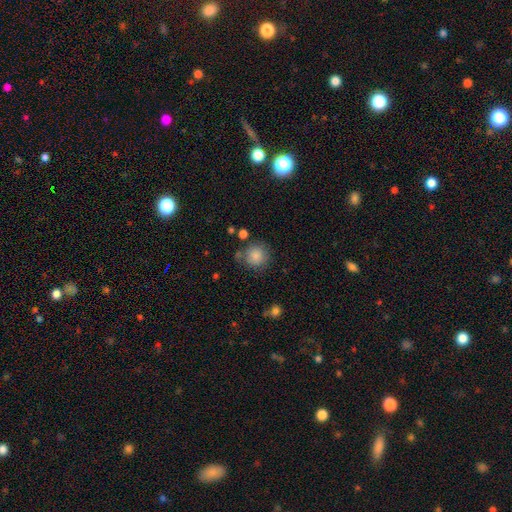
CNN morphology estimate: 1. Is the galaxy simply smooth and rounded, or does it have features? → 86% smooth, 9% star or artifact, 6% featured or disk.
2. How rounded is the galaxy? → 92% round, 7% in between, 1% cigar-shaped.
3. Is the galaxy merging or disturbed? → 74% none, 15% minor disturbance, 6% merger, 5% major disturbance.